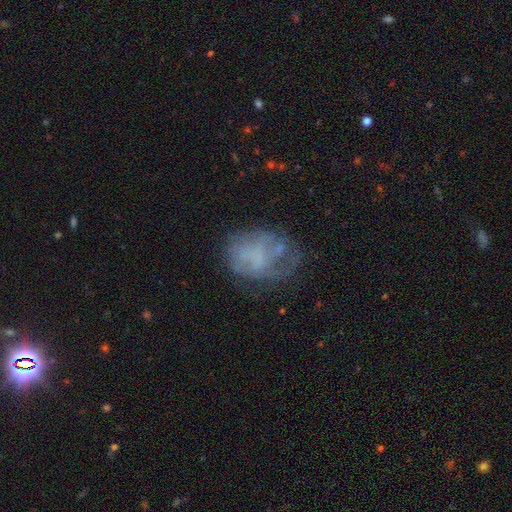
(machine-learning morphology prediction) Overall: featured or disk (47%; smooth 39%). Merging: none (51%; minor disturbance 24%).